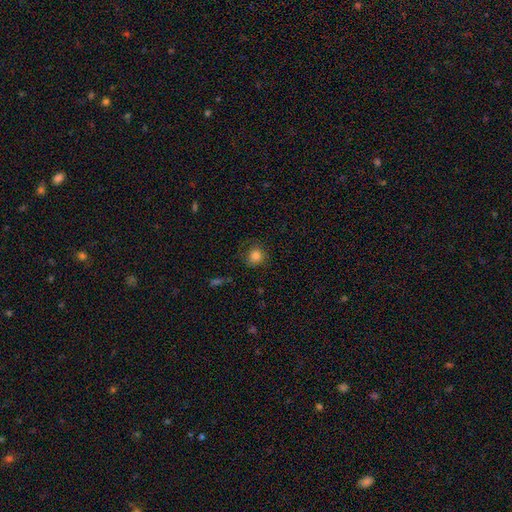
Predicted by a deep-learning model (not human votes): Morphology: type=smooth (84%); roundness=round (88%); merging=none (79%).